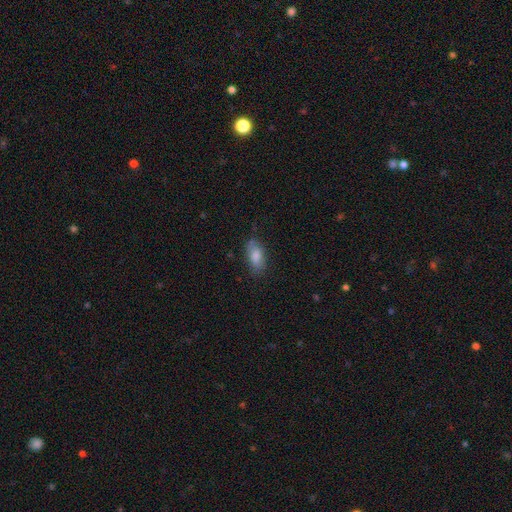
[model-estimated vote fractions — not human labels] smooth-or-featured: smooth: 80% | featured or disk: 12% | star or artifact: 7%
  how-rounded: in between: 87% | cigar-shaped: 10% | round: 3%
  merging: none: 71% | minor disturbance: 22% | major disturbance: 5% | merger: 2%